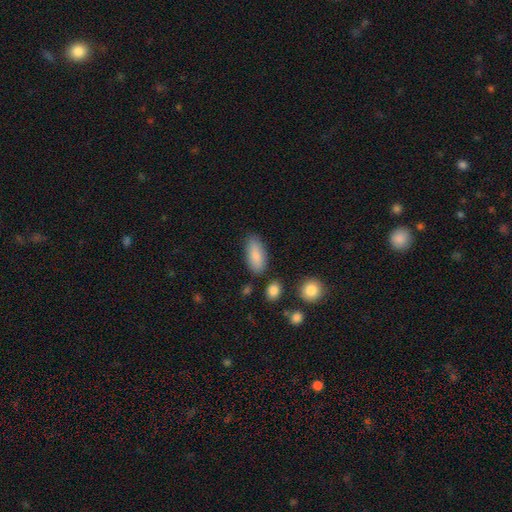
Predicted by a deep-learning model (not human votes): Smooth or featured?
  - smooth: 86% *
  - featured or disk: 8%
  - star or artifact: 7%
How rounded?
  - in between: 87% *
  - cigar-shaped: 10%
  - round: 3%
Merging?
  - none: 78% *
  - minor disturbance: 15%
  - major disturbance: 4%
  - merger: 3%